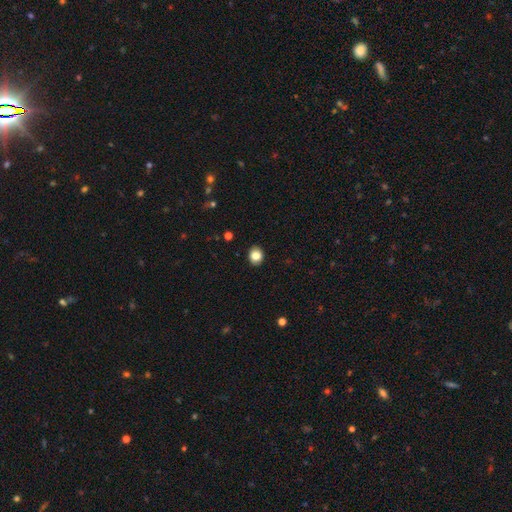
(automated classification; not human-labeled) smooth-or-featured: smooth: 84% | star or artifact: 10% | featured or disk: 6%
  how-rounded: round: 66% | in between: 33% | cigar-shaped: 1%
  merging: none: 91% | minor disturbance: 7% | major disturbance: 2% | merger: 1%